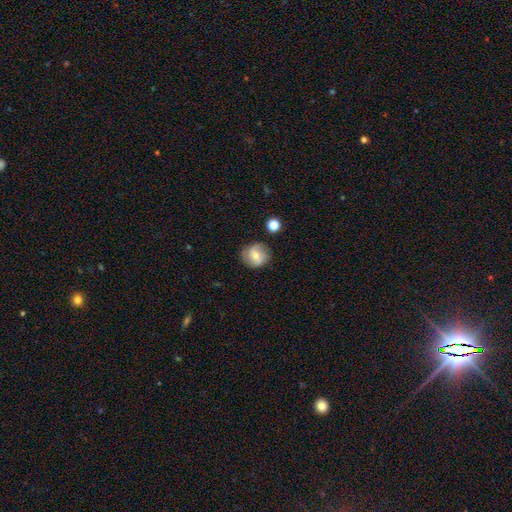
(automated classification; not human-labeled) A smooth galaxy with no disk features (55%) that is round (88%).

Vote fractions:
- Smooth or featured? smooth: 55% / featured or disk: 36% / star or artifact: 9%
- How rounded? round: 88% / in between: 11% / cigar-shaped: 1%
- Merging? none: 80% / minor disturbance: 14% / major disturbance: 4% / merger: 2%